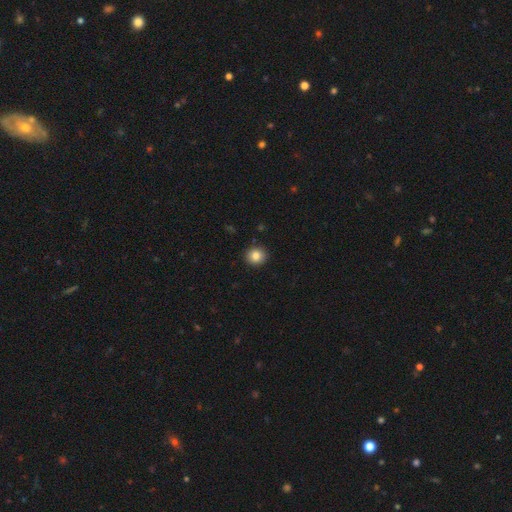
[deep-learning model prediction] Smooth or featured: smooth — 83% (star or artifact — 10%)
How rounded: round — 86% (in between — 13%)
Merging: none — 91% (minor disturbance — 6%)